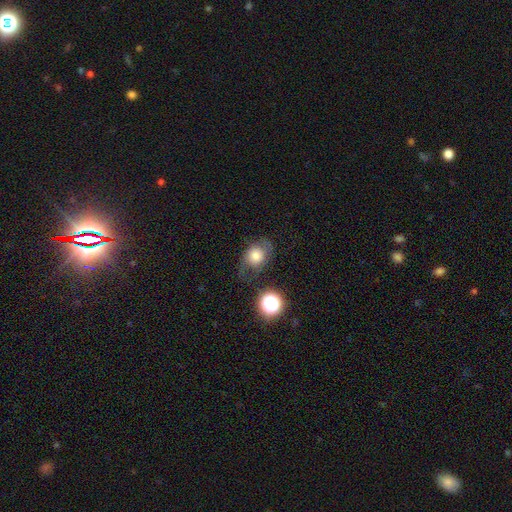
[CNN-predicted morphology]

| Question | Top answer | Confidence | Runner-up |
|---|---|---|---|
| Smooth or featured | smooth | 60% | featured or disk (28%) |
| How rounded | round | 56% | in between (42%) |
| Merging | none | 54% | minor disturbance (25%) |